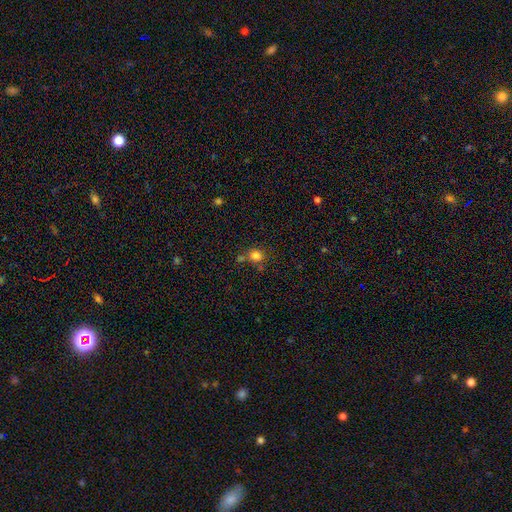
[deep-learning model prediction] smooth_or_featured: smooth (p=0.82) [alt: star or artifact p=0.13]
how_rounded: round (p=0.83) [alt: in between p=0.16]
merging: none (p=0.66) [alt: merger p=0.19]